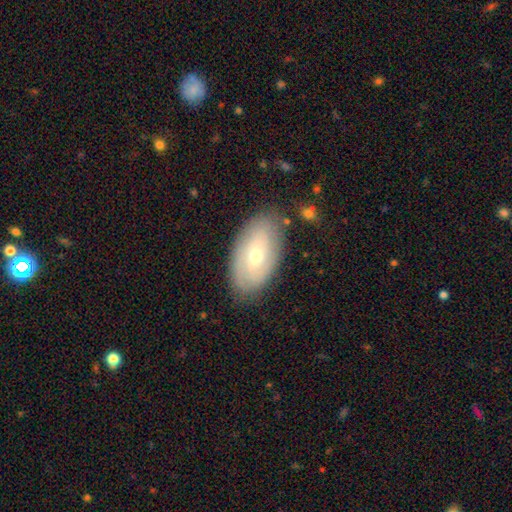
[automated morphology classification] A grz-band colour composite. It shows a featured or disk galaxy (48%). Merging: none (81%).